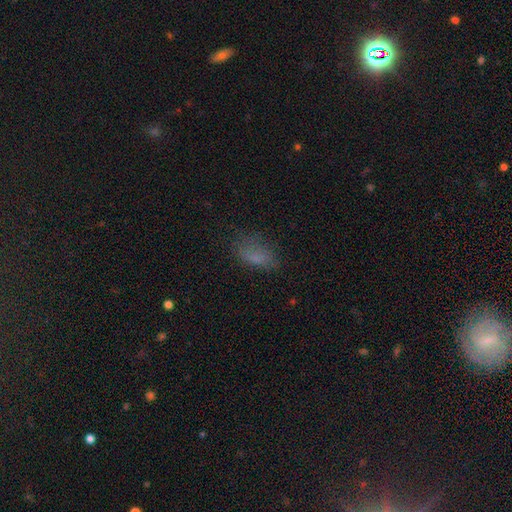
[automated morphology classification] Smooth or featured? Predicted: smooth (p=0.72). How rounded? Predicted: in between (p=0.85). Merging? Predicted: none (p=0.58).